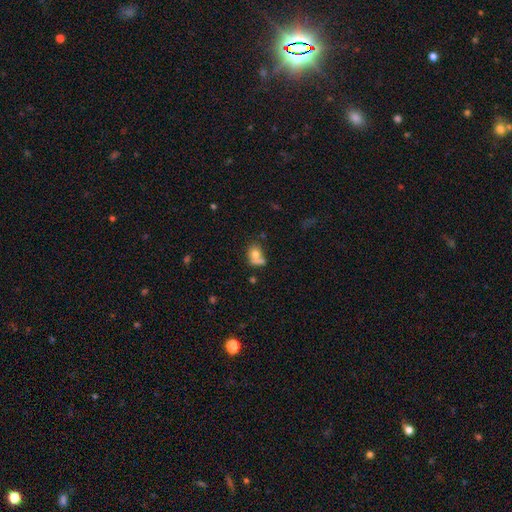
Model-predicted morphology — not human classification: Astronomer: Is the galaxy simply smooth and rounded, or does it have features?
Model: smooth — 72%.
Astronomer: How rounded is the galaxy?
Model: in between — 50% (runner-up: round, 49%).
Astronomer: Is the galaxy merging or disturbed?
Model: merger — 41% (runner-up: none, 33%).